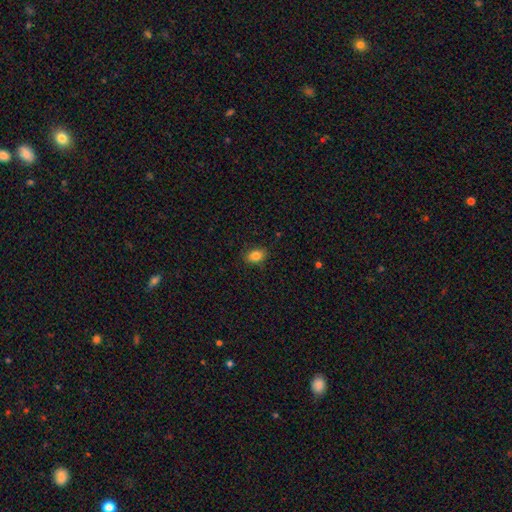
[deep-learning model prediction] This appears to be a smooth galaxy with no disk features (84%) that is in between round and cigar-shaped (78%). Merging: none (85%).